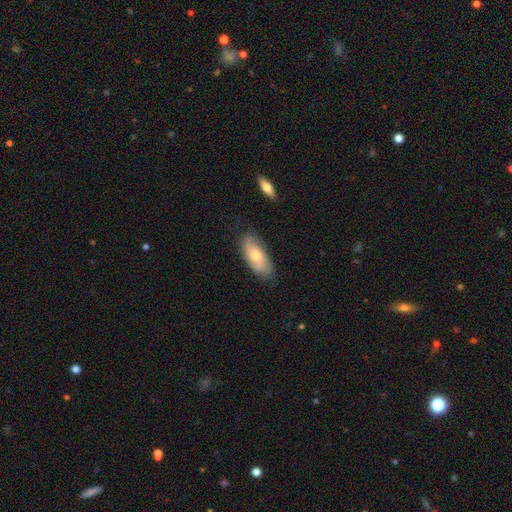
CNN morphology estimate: smooth-or-featured: smooth: 53% | featured or disk: 40% | star or artifact: 7%
  how-rounded: in between: 85% | cigar-shaped: 12% | round: 3%
  merging: none: 76% | minor disturbance: 19% | major disturbance: 4% | merger: 2%